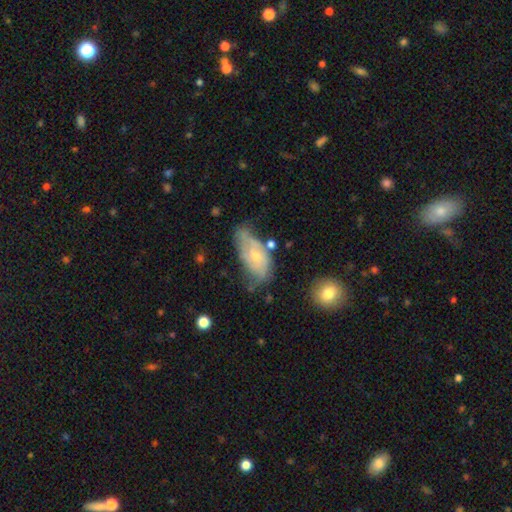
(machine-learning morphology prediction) A featured or disk galaxy (58%) with no bar (74%), spiral arms (69%) and a small central bulge (52%).

Vote fractions:
- Smooth or featured? featured or disk: 58% / smooth: 36% / star or artifact: 7%
- Edge-on disk? no: 90% / yes: 10%
- Bar? no: 74% / weak: 22% / strong: 4%
- Spiral arms? yes: 69% / no: 31%
- Bulge size? small: 52% / moderate: 44% / large: 2% / none: 2% / dominant: 1%
- Merging? none: 42% / minor disturbance: 34% / major disturbance: 16% / merger: 7%